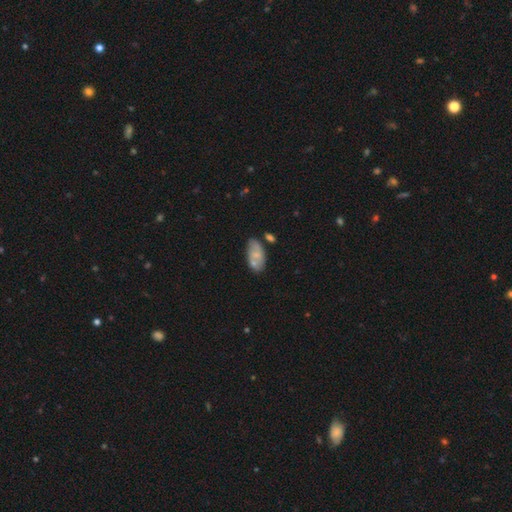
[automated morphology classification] Smooth or featured? Predicted: smooth (p=0.65). How rounded? Predicted: in between (p=0.93). Merging? Predicted: none (p=0.57).